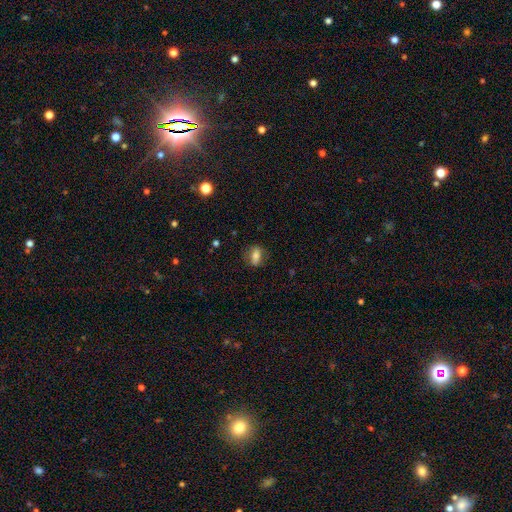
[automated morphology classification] This is likely a smooth galaxy (69%). How rounded: likely in between (74%). Merging: likely none (78%).